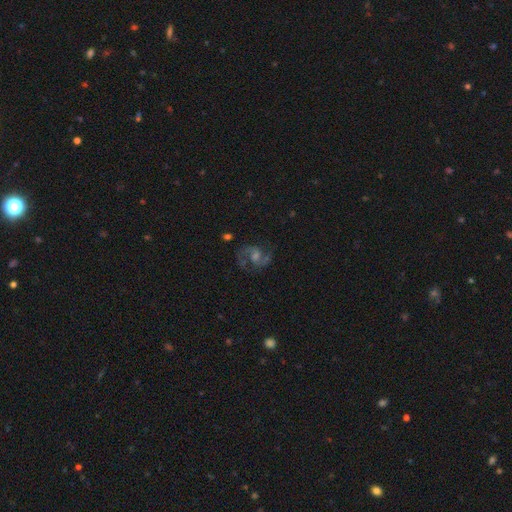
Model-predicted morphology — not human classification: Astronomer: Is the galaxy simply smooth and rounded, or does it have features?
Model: featured or disk — 84%.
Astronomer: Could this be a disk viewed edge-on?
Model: no — 98%.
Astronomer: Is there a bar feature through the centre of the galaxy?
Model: weak — 47% (runner-up: no, 41%).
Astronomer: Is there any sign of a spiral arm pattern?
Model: yes — 97%.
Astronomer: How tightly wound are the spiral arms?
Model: medium — 62%.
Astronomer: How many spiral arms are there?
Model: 2 — 91%.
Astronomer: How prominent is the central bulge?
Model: moderate — 49% (runner-up: small, 33%).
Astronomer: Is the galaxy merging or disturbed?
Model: none — 79%.